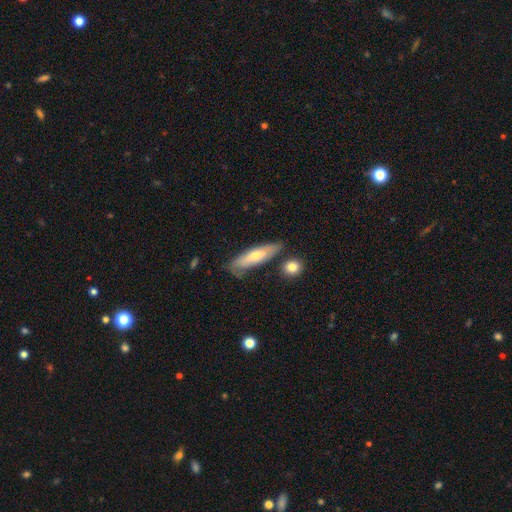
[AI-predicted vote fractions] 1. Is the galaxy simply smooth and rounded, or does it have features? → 49% smooth, 45% featured or disk, 6% star or artifact.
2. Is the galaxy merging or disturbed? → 70% none, 19% minor disturbance, 5% merger, 5% major disturbance.